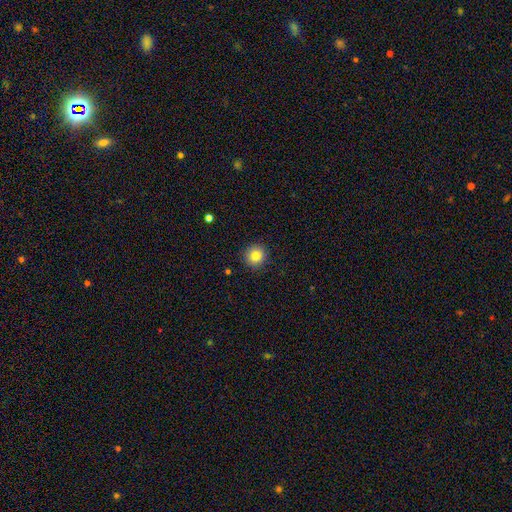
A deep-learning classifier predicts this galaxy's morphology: A smooth galaxy with no disk features (83%) that is round (92%). Merging: none (91%).